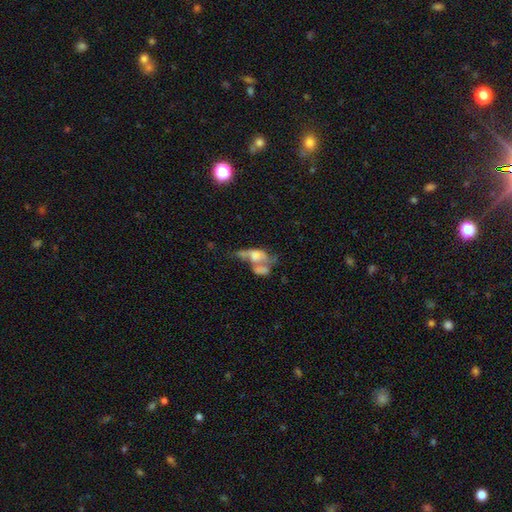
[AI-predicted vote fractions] This is possibly a featured or disk galaxy (48%). Merging: possibly merger (57%).